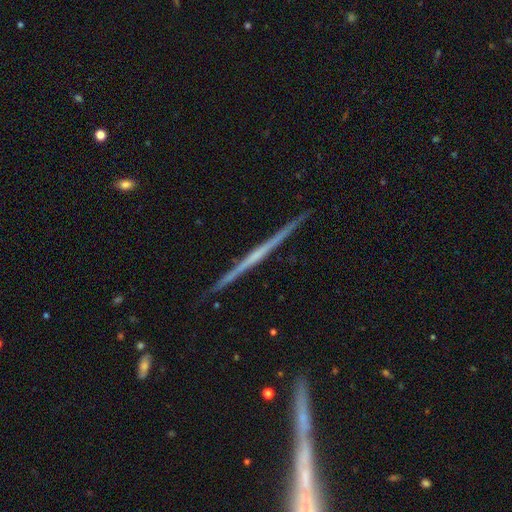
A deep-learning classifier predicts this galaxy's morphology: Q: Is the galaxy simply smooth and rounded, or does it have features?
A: featured or disk — 76%.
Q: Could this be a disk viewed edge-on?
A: yes — 98%.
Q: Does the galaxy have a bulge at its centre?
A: none — 66%.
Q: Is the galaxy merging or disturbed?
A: none — 91%.